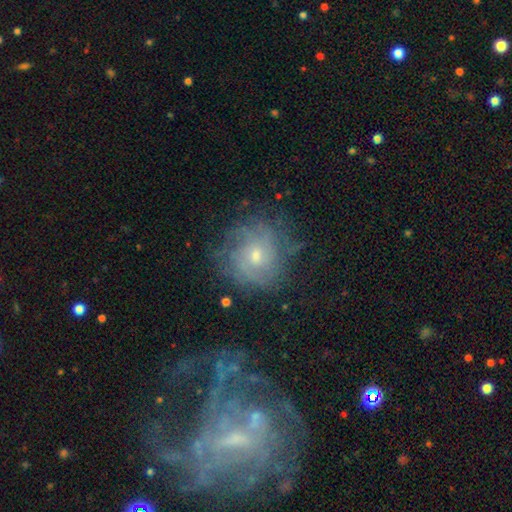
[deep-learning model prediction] The model was most divided on "bulge size": small: 61%, moderate: 35%, large: 2%, none: 2%, dominant: 1%. More confident: edge-on disk — no (97%); spiral arms — yes (79%); bar — no (76%); merging — none (67%); smooth or featured — featured or disk (65%).